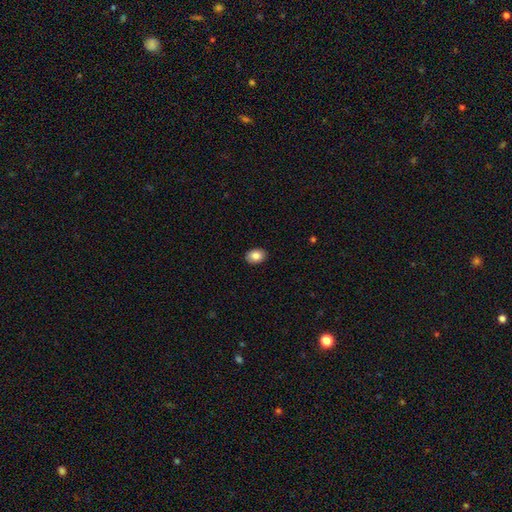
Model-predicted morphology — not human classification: This appears to be a smooth galaxy with no disk features (84%) that is in between round and cigar-shaped (72%). Merging: none (90%).